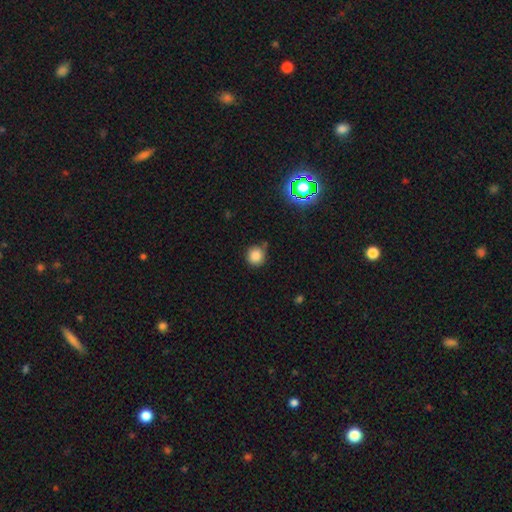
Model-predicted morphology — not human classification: A smooth galaxy with no disk features (84%) that is round (93%). Merging: none (73%).